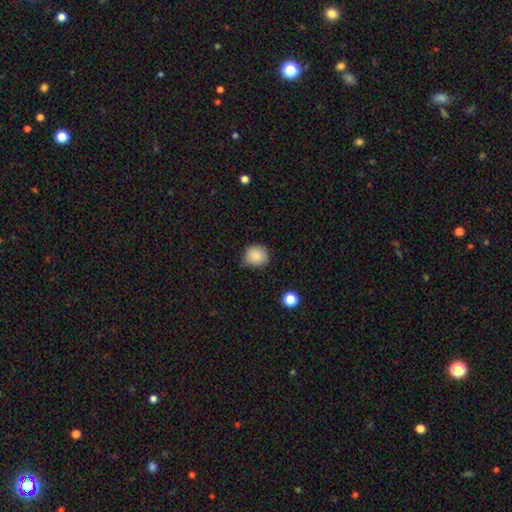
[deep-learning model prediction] Smooth or featured? Predicted: smooth (p=0.84). How rounded? Predicted: round (p=0.86). Merging? Predicted: none (p=0.63).